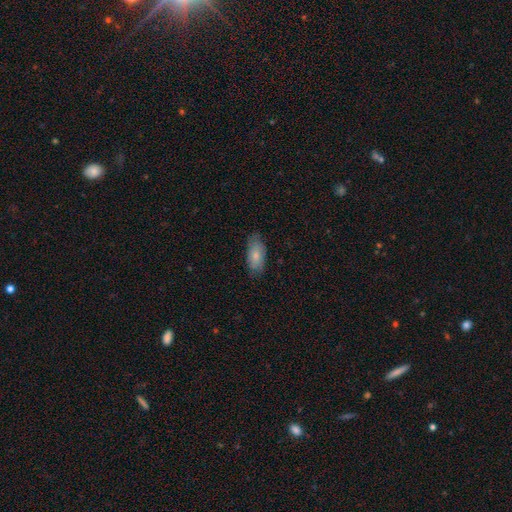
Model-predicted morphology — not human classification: smooth-or-featured: smooth: 76% | featured or disk: 18% | star or artifact: 6%
  how-rounded: in between: 89% | cigar-shaped: 8% | round: 2%
  merging: none: 78% | minor disturbance: 18% | major disturbance: 3% | merger: 1%